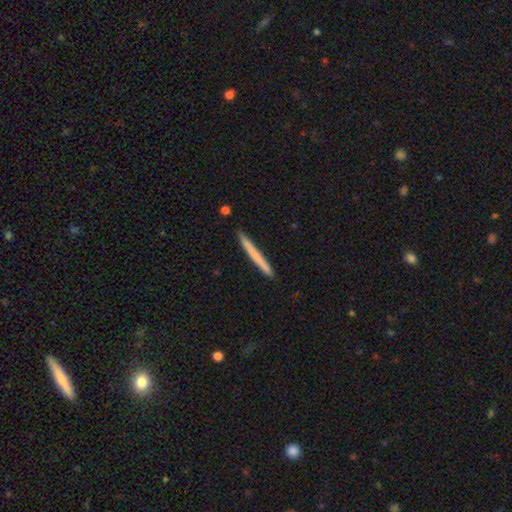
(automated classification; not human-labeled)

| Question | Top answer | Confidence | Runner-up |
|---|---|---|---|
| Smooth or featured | smooth | 66% | featured or disk (29%) |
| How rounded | cigar-shaped | 97% | in between (2%) |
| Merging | none | 90% | minor disturbance (7%) |